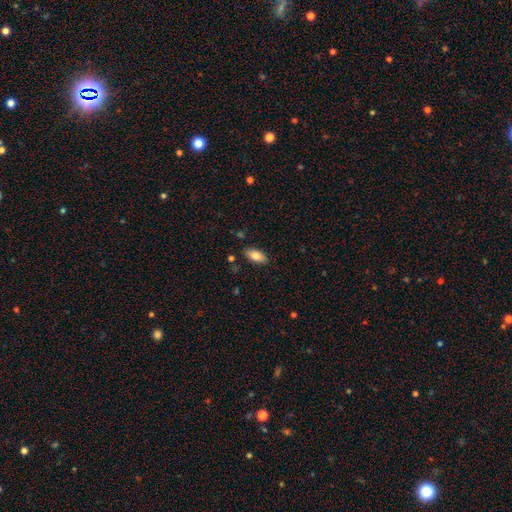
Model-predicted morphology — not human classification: Q: Smooth or featured?
A: smooth (80%); runner-up: featured or disk (13%)
Q: How rounded?
A: in between (88%); runner-up: cigar-shaped (9%)
Q: Merging?
A: none (86%); runner-up: minor disturbance (10%)